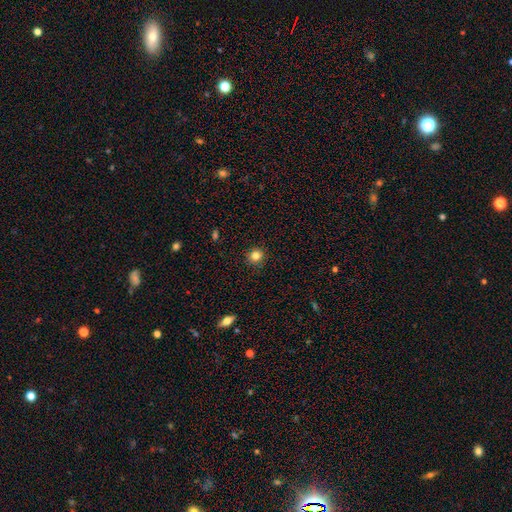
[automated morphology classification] smooth-or-featured: smooth: 83% | star or artifact: 12% | featured or disk: 5%
  how-rounded: round: 92% | in between: 7% | cigar-shaped: 1%
  merging: none: 91% | minor disturbance: 6% | major disturbance: 2% | merger: 1%